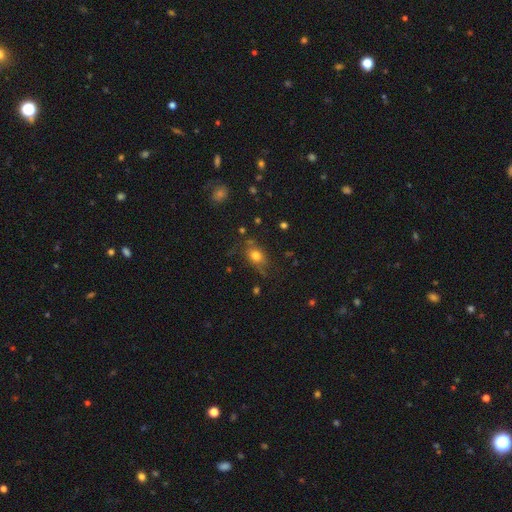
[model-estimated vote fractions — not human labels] Smooth or featured: smooth — 73% (star or artifact — 14%)
How rounded: in between — 55% (round — 42%)
Merging: none — 67% (minor disturbance — 21%)